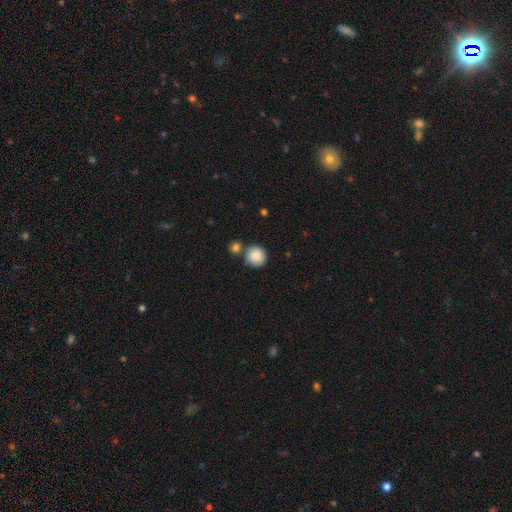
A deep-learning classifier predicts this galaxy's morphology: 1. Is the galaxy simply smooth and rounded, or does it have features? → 87% smooth, 7% star or artifact, 5% featured or disk.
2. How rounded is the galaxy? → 92% round, 7% in between, 1% cigar-shaped.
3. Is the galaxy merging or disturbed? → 68% none, 18% merger, 11% minor disturbance, 3% major disturbance.